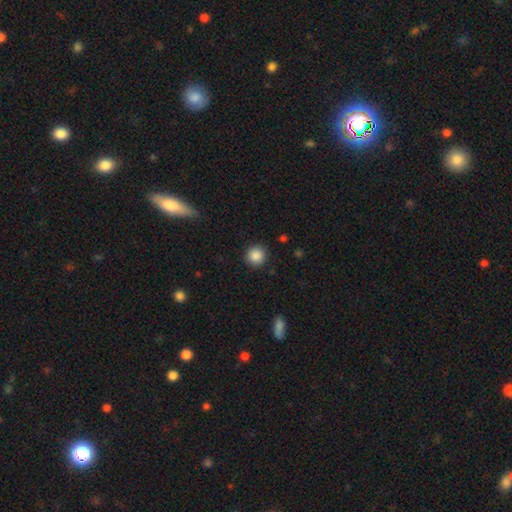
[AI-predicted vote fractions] Smooth or featured: smooth — 87% (star or artifact — 9%)
How rounded: round — 94% (in between — 5%)
Merging: none — 90% (minor disturbance — 6%)